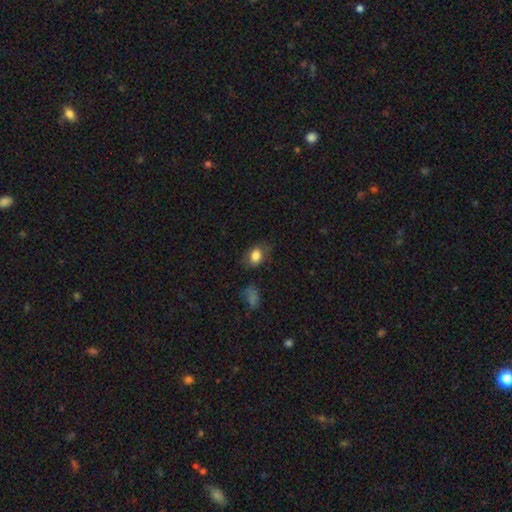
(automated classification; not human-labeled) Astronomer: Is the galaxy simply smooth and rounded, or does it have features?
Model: smooth — 81%.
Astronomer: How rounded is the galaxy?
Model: in between — 78%.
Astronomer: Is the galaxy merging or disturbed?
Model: none — 68%.